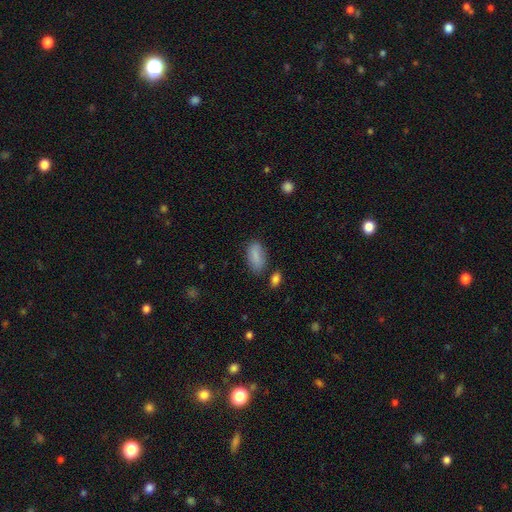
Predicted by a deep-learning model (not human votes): This appears to be a smooth galaxy with no disk features (85%) that is in between round and cigar-shaped (90%). Merging: none (71%).